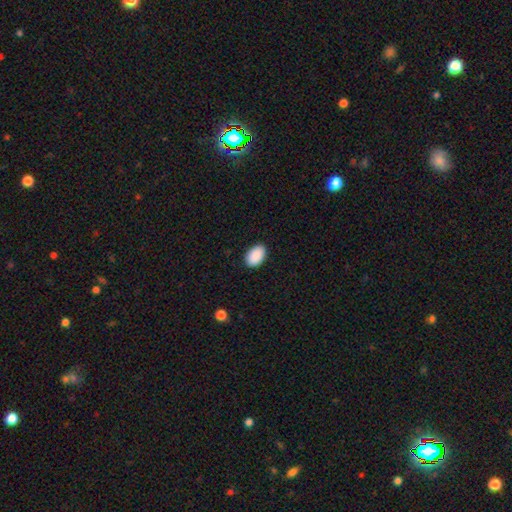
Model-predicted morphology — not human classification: smooth-or-featured: smooth: 91% | star or artifact: 6% | featured or disk: 2%
  how-rounded: in between: 92% | round: 7% | cigar-shaped: 1%
  merging: none: 89% | minor disturbance: 8% | major disturbance: 2% | merger: 1%